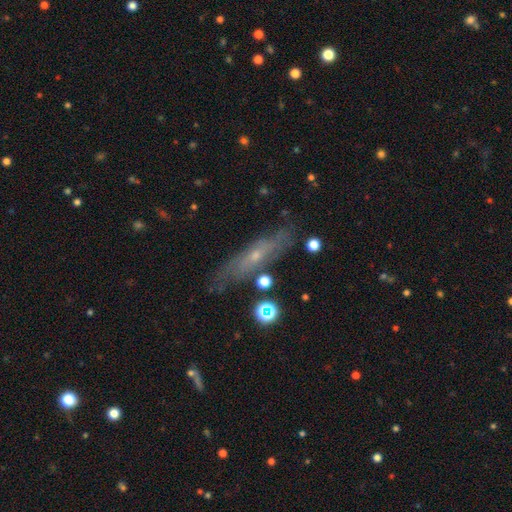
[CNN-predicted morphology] type=featured or disk (60%); edge-on=yes (53%); merging=none (72%).